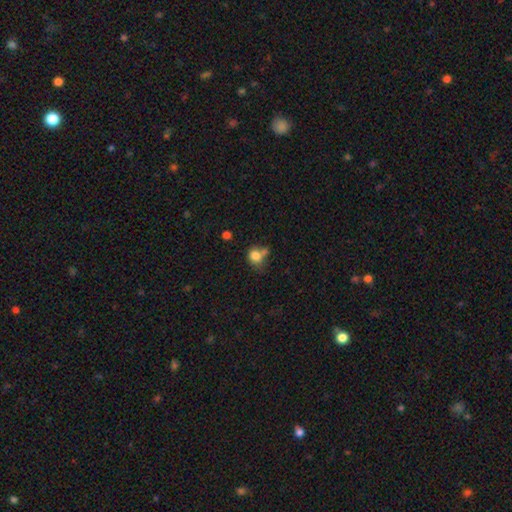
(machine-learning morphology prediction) type=smooth (81%); roundness=round (67%); merging=none (44%).